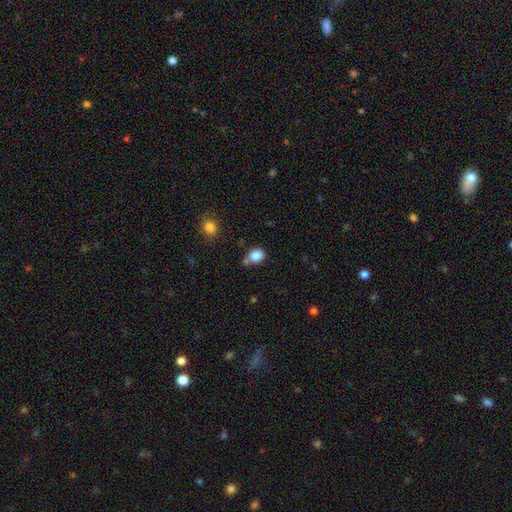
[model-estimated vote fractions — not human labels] Smooth or featured? smooth (85%)
How rounded? round (57%)
Merging? none (57%)